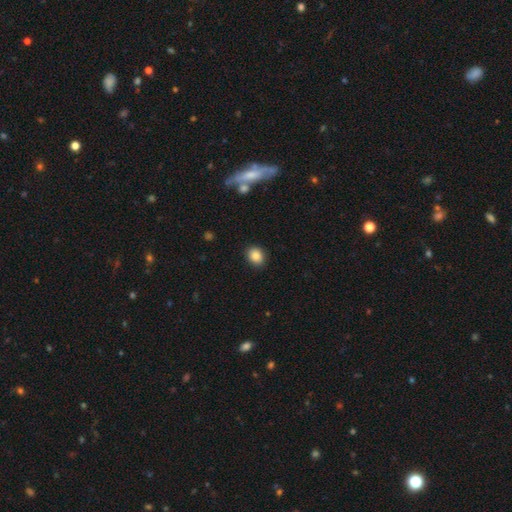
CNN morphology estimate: smooth 85%, star or artifact 9%, featured or disk 6%. Down the decision tree: how rounded — round (54%); merging — none (89%).